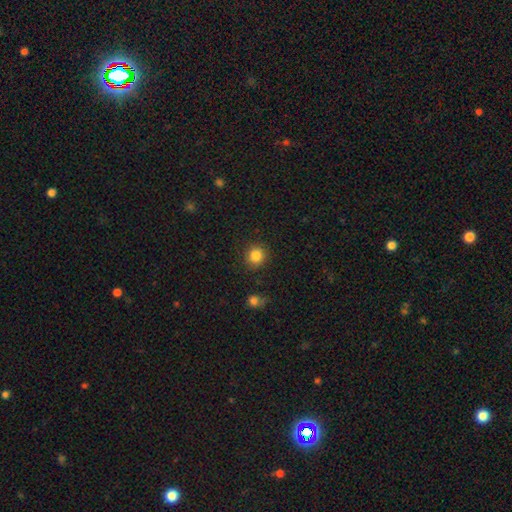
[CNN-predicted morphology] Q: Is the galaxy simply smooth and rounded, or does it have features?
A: smooth — 85%.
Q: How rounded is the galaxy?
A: round — 90%.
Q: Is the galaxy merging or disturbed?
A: none — 88%.